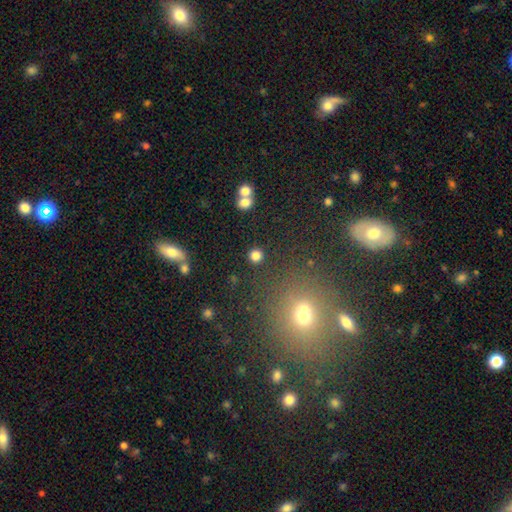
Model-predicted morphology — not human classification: smooth 81%, star or artifact 14%, featured or disk 5%. Down the decision tree: how rounded — round (92%); merging — none (88%).